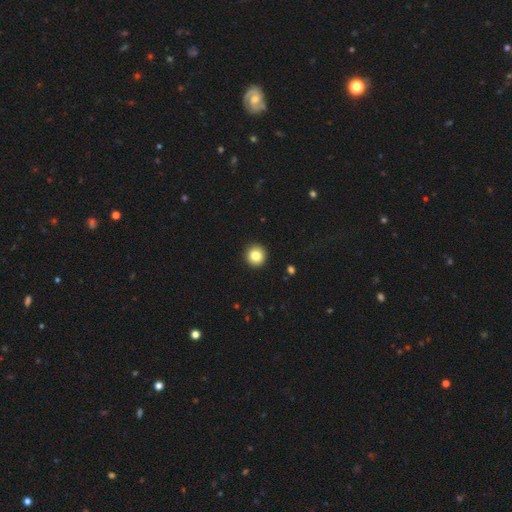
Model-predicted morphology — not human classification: Q: Smooth or featured?
A: smooth (83%); runner-up: star or artifact (10%)
Q: How rounded?
A: round (95%); runner-up: in between (4%)
Q: Merging?
A: none (93%); runner-up: minor disturbance (4%)